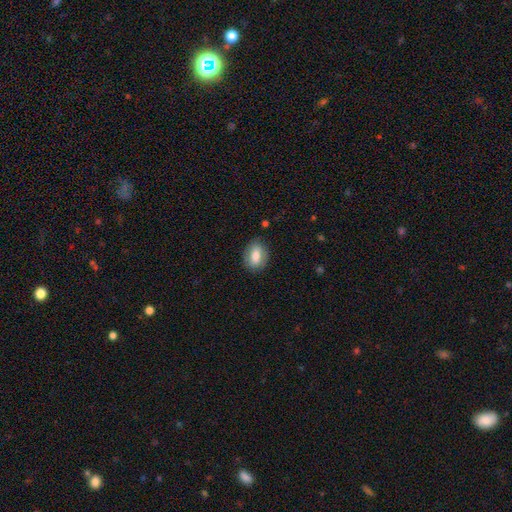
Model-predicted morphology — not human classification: Overall: smooth (78%). How rounded: in between (81%). Merging: none (82%).